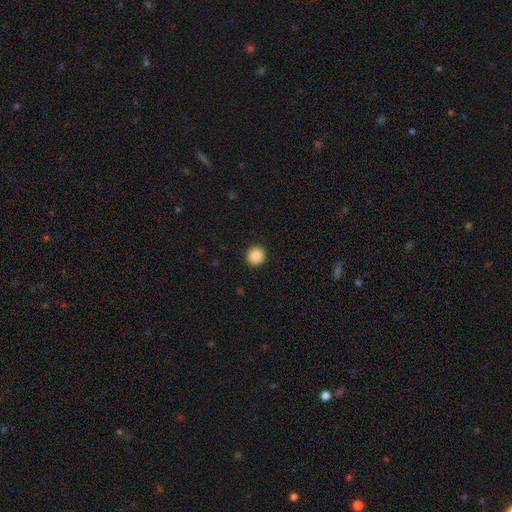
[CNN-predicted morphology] smooth 89%, star or artifact 9%, featured or disk 2%. Down the decision tree: how rounded — round (93%); merging — none (93%).